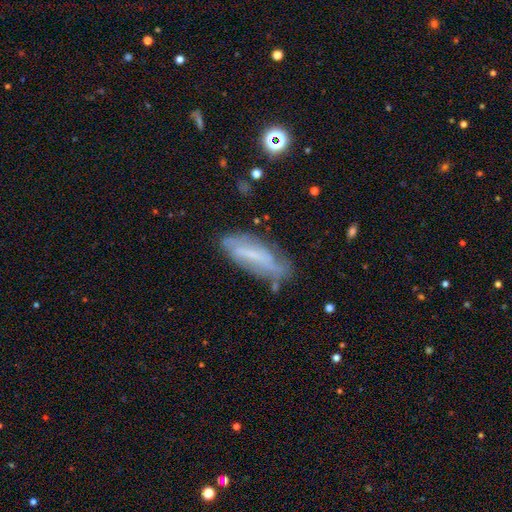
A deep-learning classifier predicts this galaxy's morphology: type=featured or disk (48%); merging=none (63%).